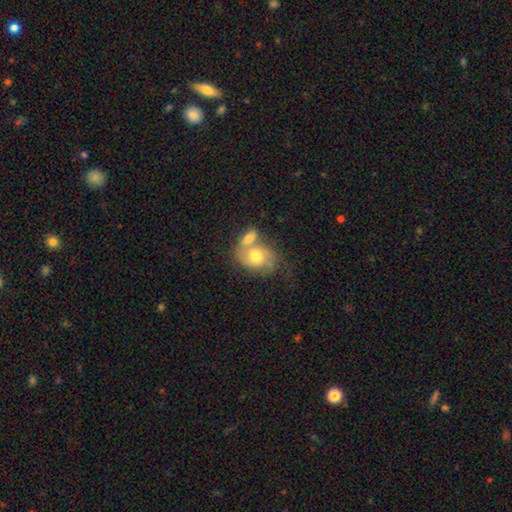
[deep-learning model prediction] Smooth or featured? Predicted: featured or disk (p=0.50). Edge-on disk? Predicted: no (p=0.96). Merging? Predicted: merger (p=0.55).